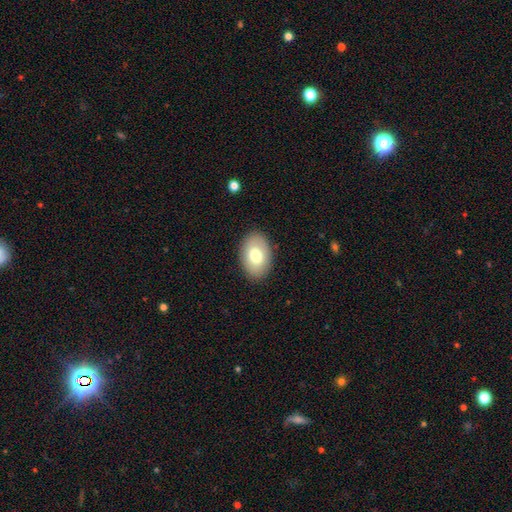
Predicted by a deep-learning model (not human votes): Overall: smooth (74%). How rounded: in between (88%). Merging: none (88%).